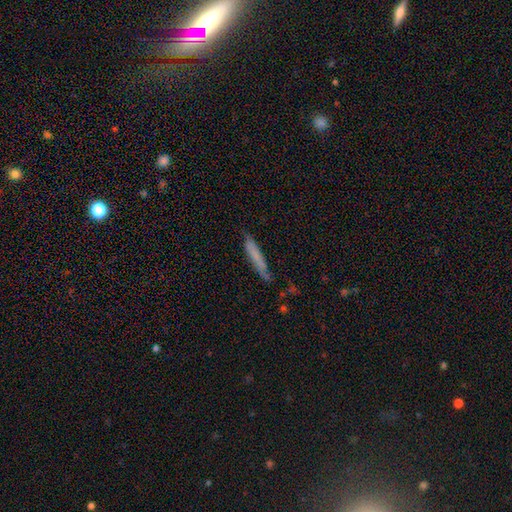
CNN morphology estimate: A smooth galaxy with no disk features (65%) that is cigar-shaped (93%).

Vote fractions:
- Smooth or featured? smooth: 65% / featured or disk: 28% / star or artifact: 7%
- How rounded? cigar-shaped: 93% / in between: 6% / round: 1%
- Merging? none: 74% / minor disturbance: 20% / major disturbance: 4% / merger: 3%